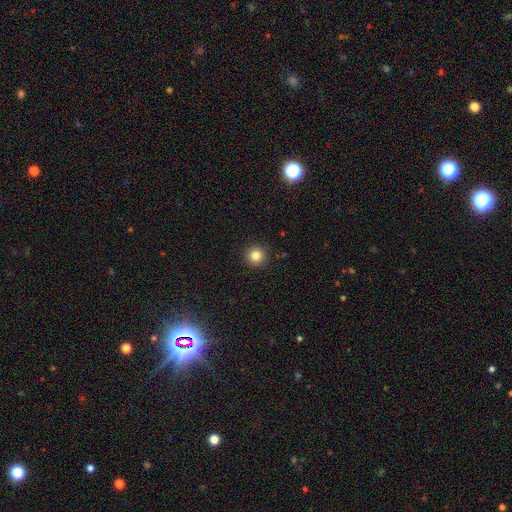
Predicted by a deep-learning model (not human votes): Smooth or featured?
  - smooth: 83% *
  - star or artifact: 12%
  - featured or disk: 5%
How rounded?
  - round: 95% *
  - in between: 4%
  - cigar-shaped: 1%
Merging?
  - none: 93% *
  - minor disturbance: 5%
  - major disturbance: 2%
  - merger: 1%